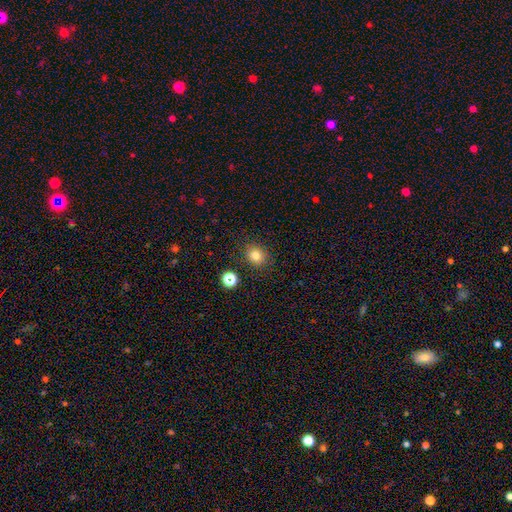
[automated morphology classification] Smooth or featured? smooth (79%)
How rounded? round (75%)
Merging? none (86%)